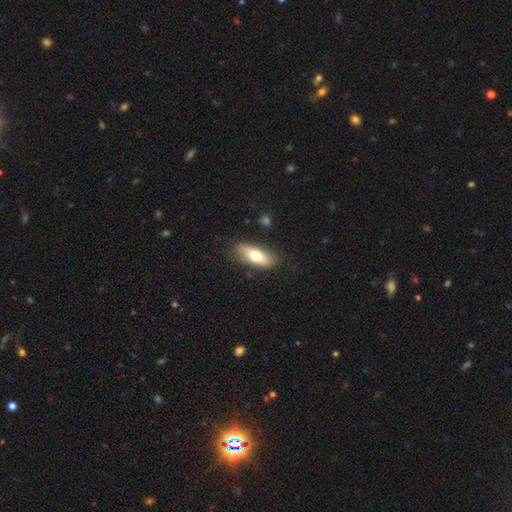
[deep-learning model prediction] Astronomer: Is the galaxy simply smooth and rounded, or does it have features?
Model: smooth — 70%.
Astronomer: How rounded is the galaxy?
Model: in between — 74%.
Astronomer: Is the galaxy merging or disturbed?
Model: none — 79%.